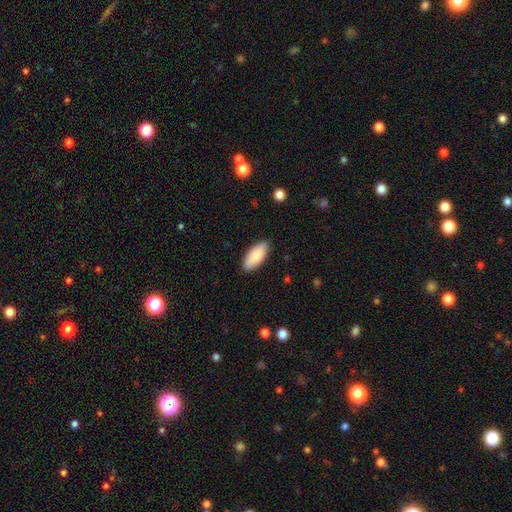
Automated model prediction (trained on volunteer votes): smooth-or-featured: smooth: 86% | featured or disk: 9% | star or artifact: 6%
  how-rounded: in between: 86% | cigar-shaped: 12% | round: 2%
  merging: none: 87% | minor disturbance: 10% | major disturbance: 2% | merger: 1%